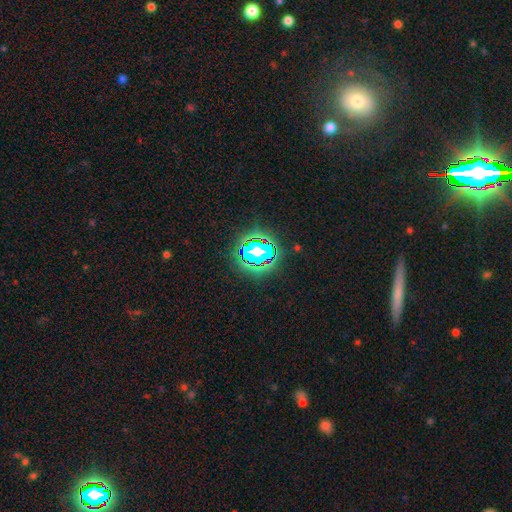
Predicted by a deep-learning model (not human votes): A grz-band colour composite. It shows a star or artifact, not a galaxy (75%).